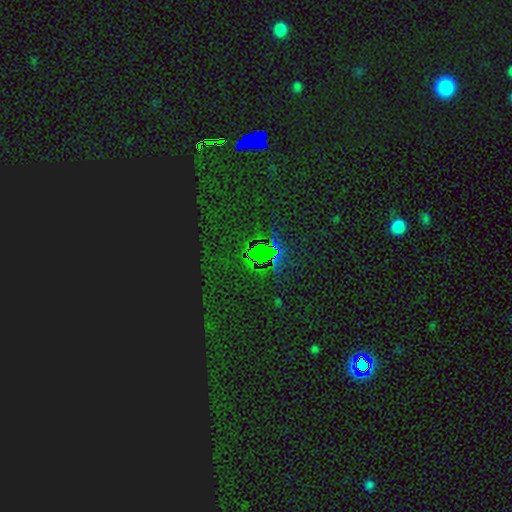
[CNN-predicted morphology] Smooth or featured?
  - star or artifact: 85% *
  - smooth: 8%
  - featured or disk: 6%